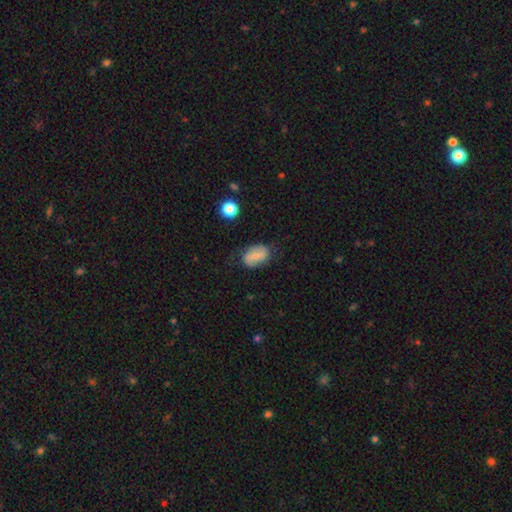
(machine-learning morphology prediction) Q: Smooth or featured?
A: smooth (52%); runner-up: featured or disk (40%)
Q: How rounded?
A: in between (82%); runner-up: round (17%)
Q: Merging?
A: none (67%); runner-up: minor disturbance (24%)